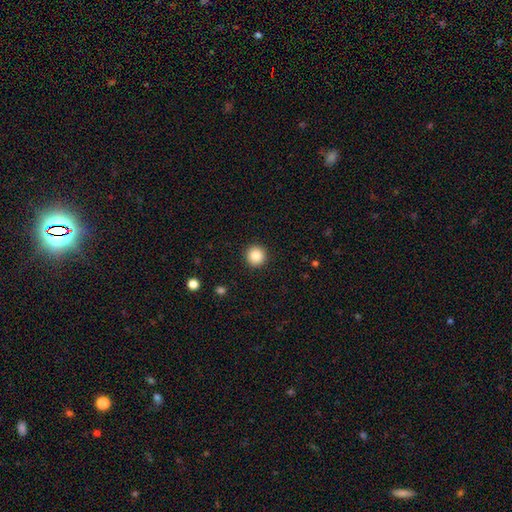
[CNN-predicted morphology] type=smooth (86%); roundness=round (95%); merging=none (93%).